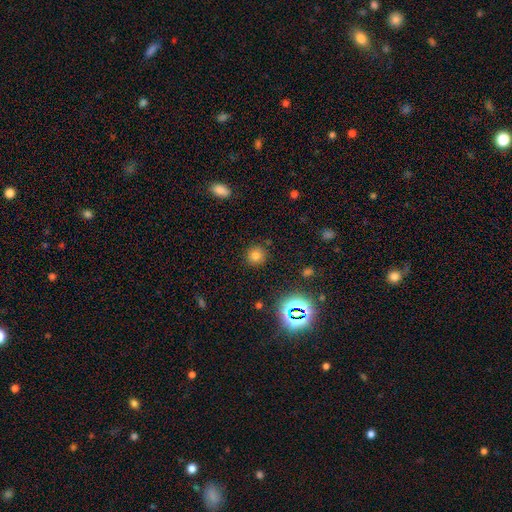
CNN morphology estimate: Overall: smooth (73%). How rounded: round (91%). Merging: none (88%).